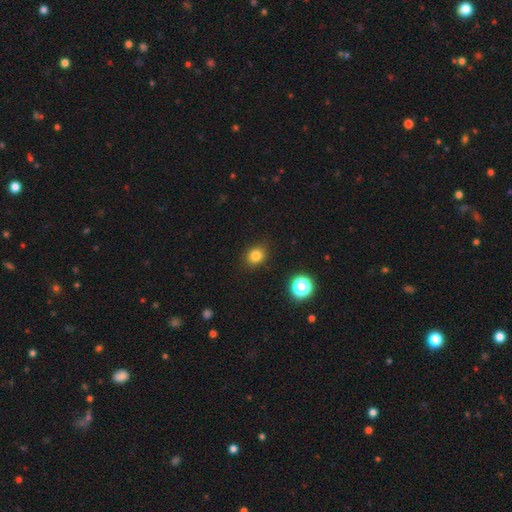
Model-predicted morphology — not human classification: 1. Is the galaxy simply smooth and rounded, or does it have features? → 81% smooth, 14% star or artifact, 5% featured or disk.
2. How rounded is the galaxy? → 66% round, 33% in between, 1% cigar-shaped.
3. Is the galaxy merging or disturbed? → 87% none, 9% minor disturbance, 2% major disturbance, 1% merger.